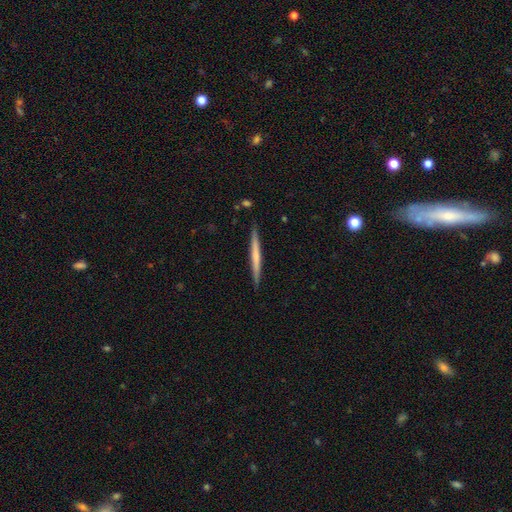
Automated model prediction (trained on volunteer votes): smooth 48%, featured or disk 47%, star or artifact 5%. Down the decision tree: merging — none (90%).